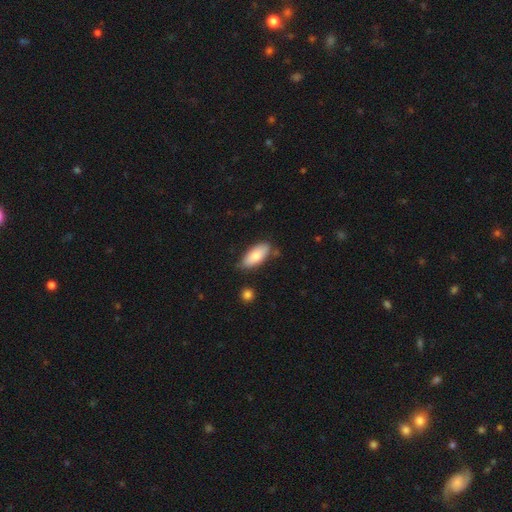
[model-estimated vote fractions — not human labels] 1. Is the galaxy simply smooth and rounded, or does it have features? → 80% smooth, 14% featured or disk, 6% star or artifact.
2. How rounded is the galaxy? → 86% in between, 12% cigar-shaped, 2% round.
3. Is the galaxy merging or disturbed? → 76% none, 18% minor disturbance, 4% merger, 3% major disturbance.